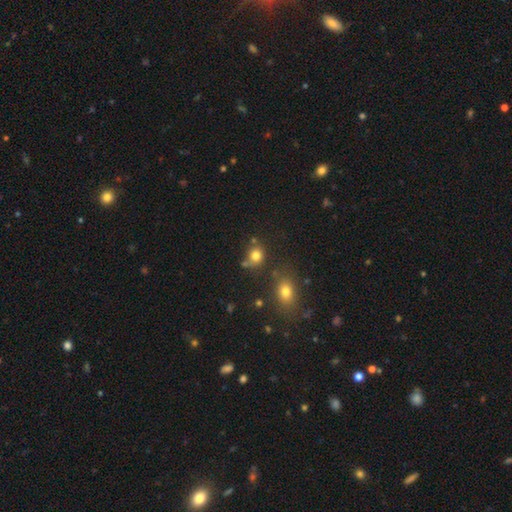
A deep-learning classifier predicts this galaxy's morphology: Overall: smooth (79%). How rounded: round (76%). Merging: none (61%).